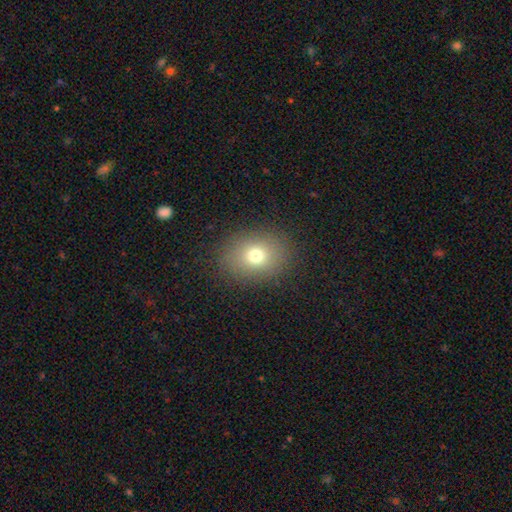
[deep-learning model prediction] A smooth galaxy with no disk features (74%) that is round (53%). Merging: none (87%).